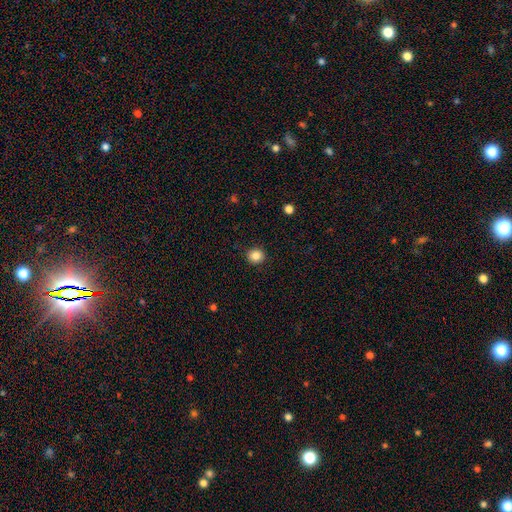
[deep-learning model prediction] This is clearly a smooth galaxy (85%). How rounded: clearly round (87%). Merging: clearly none (90%).